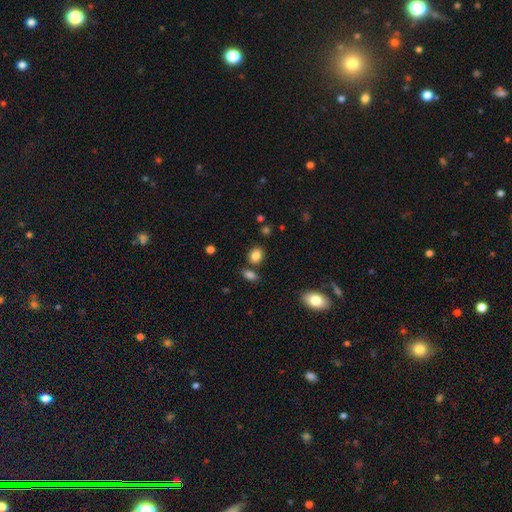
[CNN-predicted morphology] The model was most divided on "how rounded": round: 53%, in between: 46%, cigar-shaped: 1%. More confident: smooth or featured — smooth (83%); merging — none (74%).